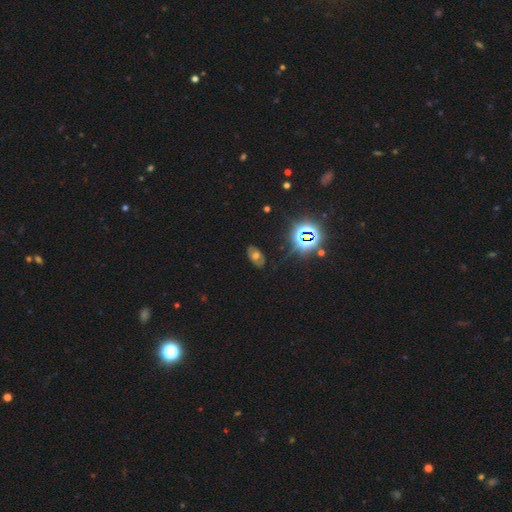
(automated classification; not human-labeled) smooth 39%, featured or disk 31%, star or artifact 30%. Down the decision tree: merging — none (78%).